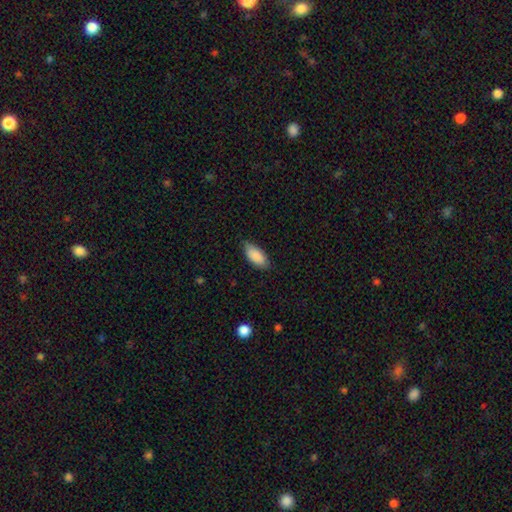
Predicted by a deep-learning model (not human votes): Smooth or featured? Predicted: smooth (p=0.89). How rounded? Predicted: in between (p=0.89). Merging? Predicted: none (p=0.77).